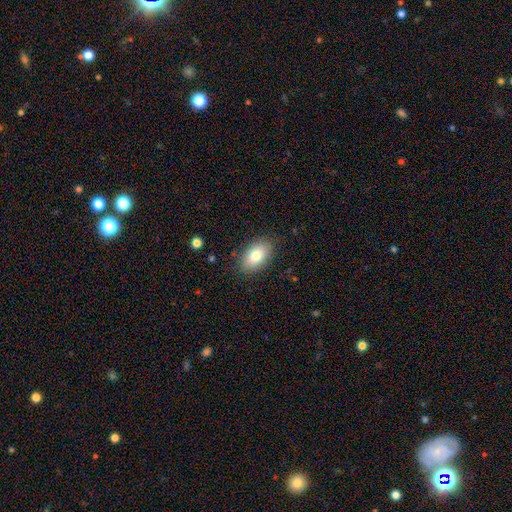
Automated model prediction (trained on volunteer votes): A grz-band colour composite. It shows a smooth galaxy with no disk features (80%) that is in between round and cigar-shaped (92%). Merging: none (85%).